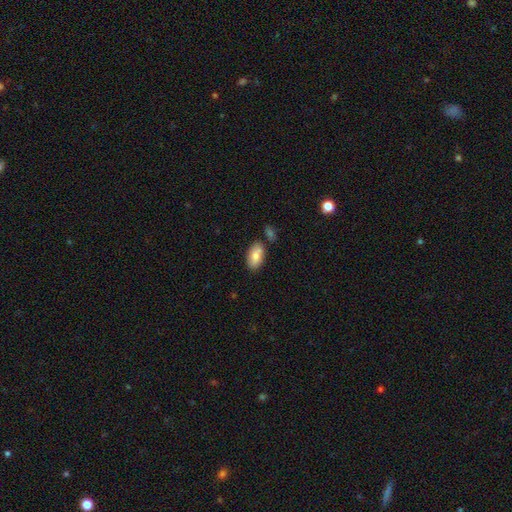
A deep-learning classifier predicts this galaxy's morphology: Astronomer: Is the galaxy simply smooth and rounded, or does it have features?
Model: smooth — 80%.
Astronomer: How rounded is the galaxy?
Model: in between — 94%.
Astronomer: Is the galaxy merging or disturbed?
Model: none — 73%.